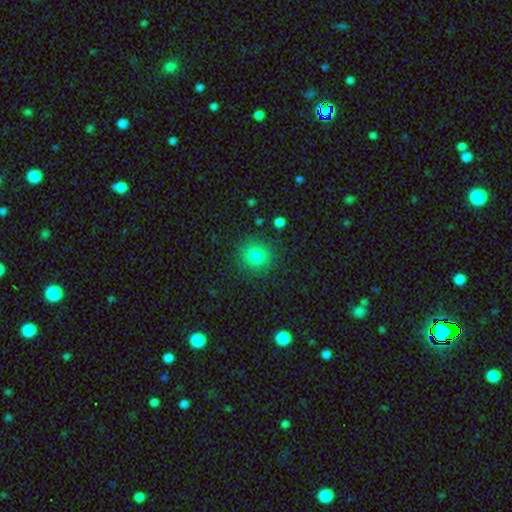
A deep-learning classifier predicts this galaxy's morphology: Overall: smooth (81%). How rounded: round (89%). Merging: none (86%).